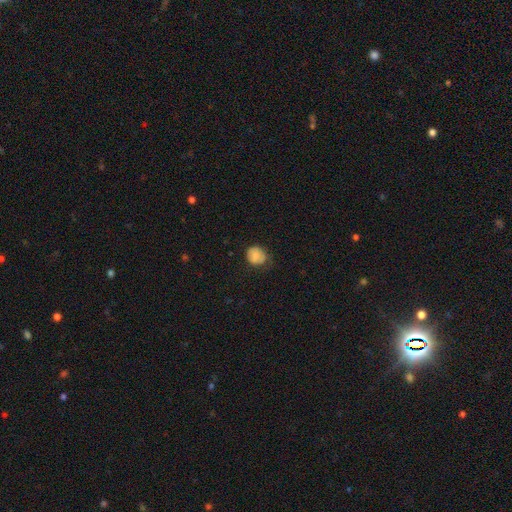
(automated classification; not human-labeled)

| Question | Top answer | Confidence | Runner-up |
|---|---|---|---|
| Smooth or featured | smooth | 77% | featured or disk (14%) |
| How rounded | round | 70% | in between (29%) |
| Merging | none | 55% | minor disturbance (33%) |